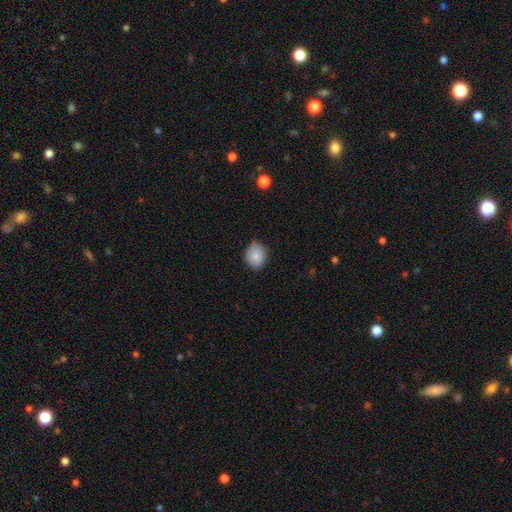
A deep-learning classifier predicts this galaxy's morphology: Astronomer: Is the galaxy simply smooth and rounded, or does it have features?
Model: smooth — 86%.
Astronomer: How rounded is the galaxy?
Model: round — 61% (runner-up: in between, 38%).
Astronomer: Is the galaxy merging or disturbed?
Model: none — 75%.